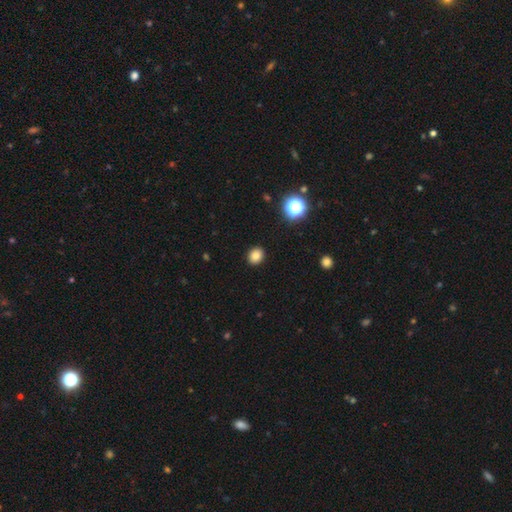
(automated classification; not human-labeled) smooth-or-featured: smooth: 83% | star or artifact: 12% | featured or disk: 5%
  how-rounded: round: 65% | in between: 34% | cigar-shaped: 1%
  merging: none: 91% | minor disturbance: 6% | major disturbance: 2% | merger: 1%